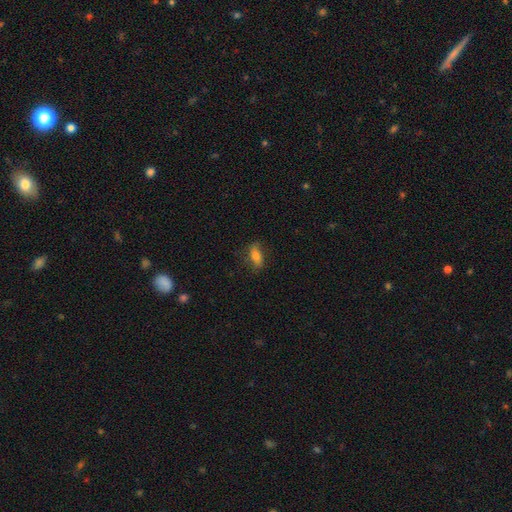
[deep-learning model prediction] This is likely a smooth galaxy (71%). How rounded: likely in between (76%). Merging: likely none (71%).